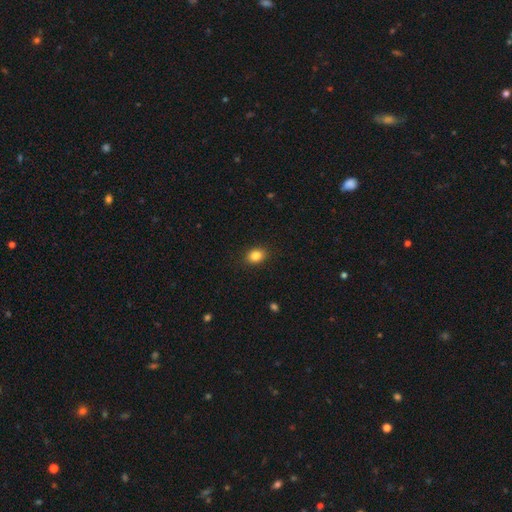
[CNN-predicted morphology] This is clearly a smooth galaxy (84%). How rounded: likely in between (63%). Merging: clearly none (89%).